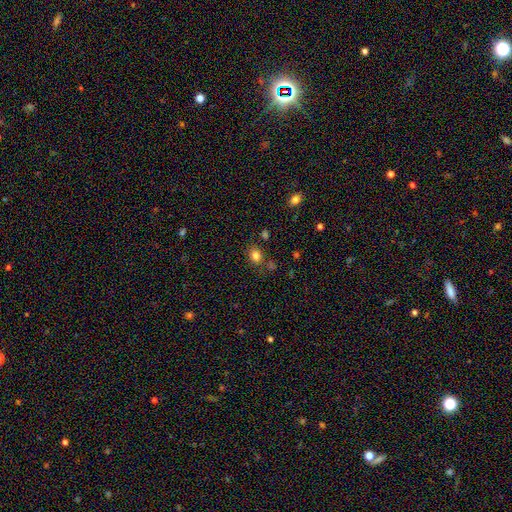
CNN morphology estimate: A smooth galaxy with no disk features (81%) that is round (64%). Merging: none (77%).